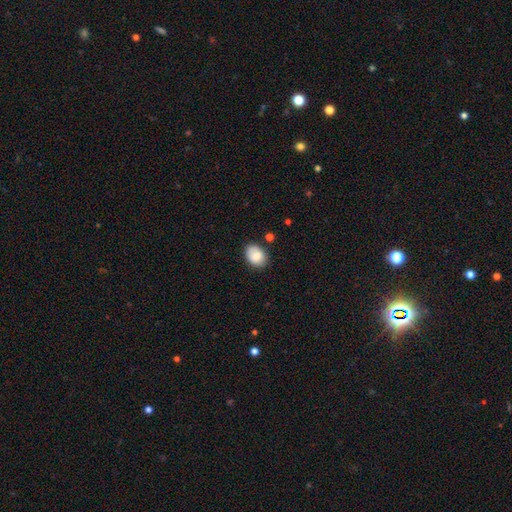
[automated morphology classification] A smooth galaxy with no disk features (83%) that is in between round and cigar-shaped (70%). Merging: none (70%).